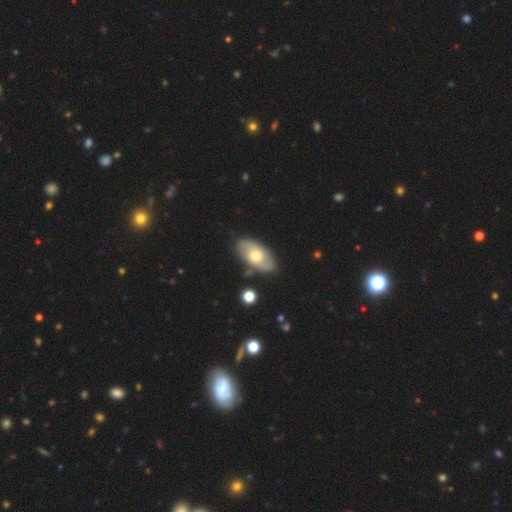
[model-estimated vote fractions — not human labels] This is possibly a featured or disk galaxy (48%). Merging: clearly none (81%).